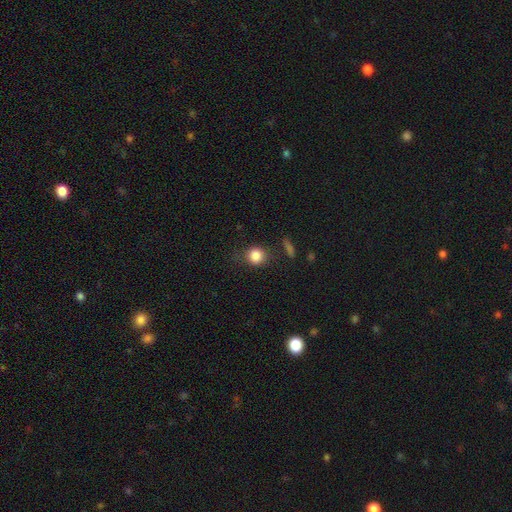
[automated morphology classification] Smooth or featured?
  - smooth: 84% *
  - star or artifact: 10%
  - featured or disk: 6%
How rounded?
  - round: 78% *
  - in between: 21%
  - cigar-shaped: 2%
Merging?
  - none: 73% *
  - minor disturbance: 18%
  - major disturbance: 6%
  - merger: 3%